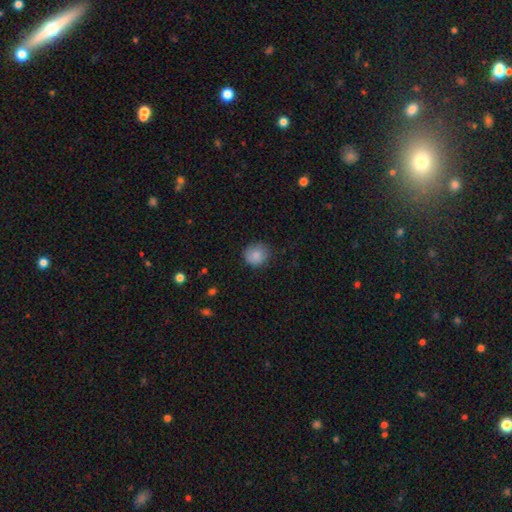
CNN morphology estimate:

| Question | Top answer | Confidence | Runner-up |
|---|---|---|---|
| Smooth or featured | smooth | 85% | star or artifact (8%) |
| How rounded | round | 87% | in between (13%) |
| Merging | none | 77% | minor disturbance (18%) |